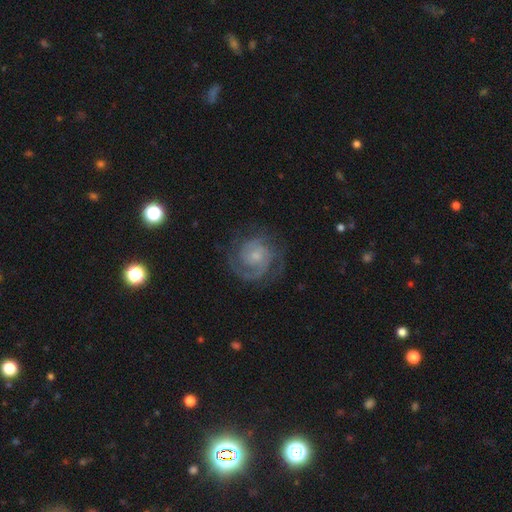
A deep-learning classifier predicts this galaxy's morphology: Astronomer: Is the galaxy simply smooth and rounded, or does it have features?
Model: featured or disk — 84%.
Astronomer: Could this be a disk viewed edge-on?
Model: no — 98%.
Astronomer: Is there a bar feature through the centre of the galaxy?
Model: no — 69%.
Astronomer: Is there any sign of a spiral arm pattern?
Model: yes — 96%.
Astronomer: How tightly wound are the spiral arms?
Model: tight — 62%.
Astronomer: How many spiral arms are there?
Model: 2 — 49%.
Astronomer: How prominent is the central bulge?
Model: small — 60%.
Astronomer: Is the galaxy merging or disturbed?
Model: none — 73%.